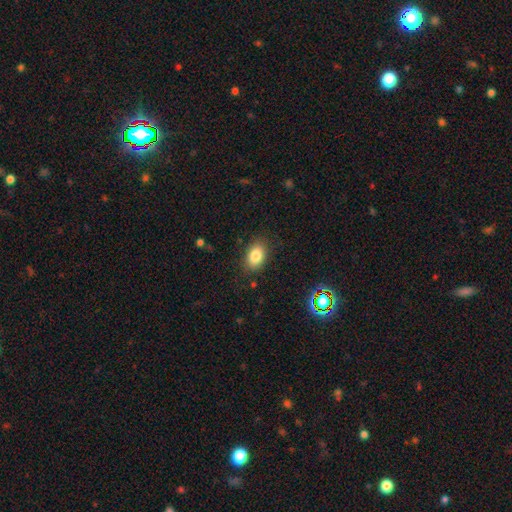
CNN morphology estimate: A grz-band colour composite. It shows a smooth galaxy with no disk features (83%) that is in between round and cigar-shaped (85%). Merging: none (84%).